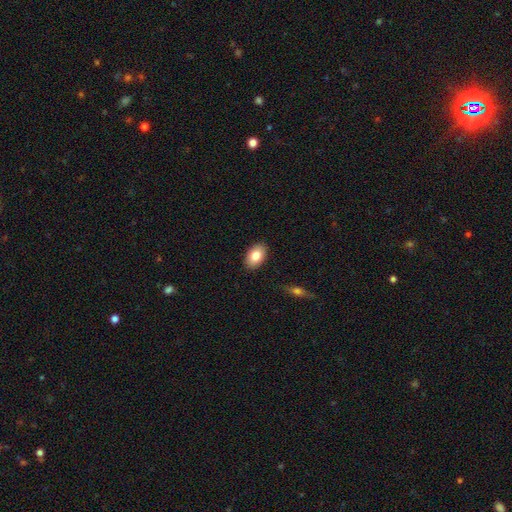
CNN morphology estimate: Smooth or featured? smooth (81%)
How rounded? in between (91%)
Merging? none (89%)